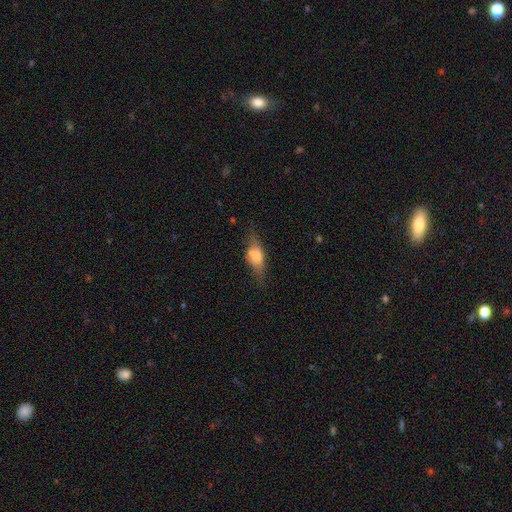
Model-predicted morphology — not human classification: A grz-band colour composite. It shows a smooth galaxy with no disk features (54%) that is in between round and cigar-shaped (69%). Merging: none (63%).